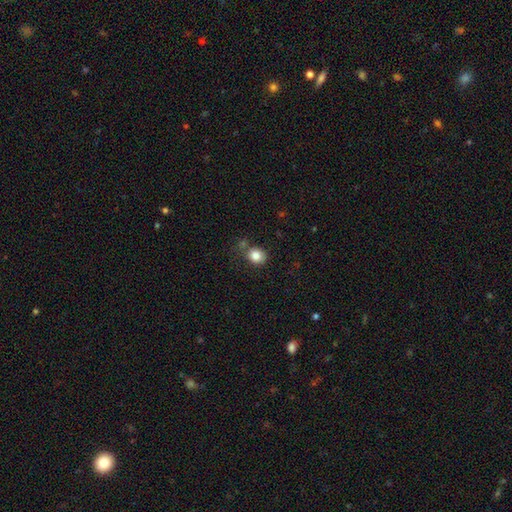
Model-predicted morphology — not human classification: This appears to be a smooth galaxy with no disk features (83%) that is round (76%). Merging: none (70%).